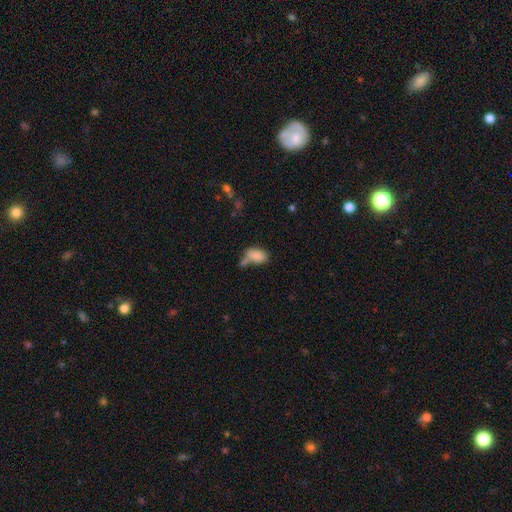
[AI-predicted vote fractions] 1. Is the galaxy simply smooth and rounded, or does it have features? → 82% smooth, 9% star or artifact, 8% featured or disk.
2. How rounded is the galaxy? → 91% in between, 7% round, 3% cigar-shaped.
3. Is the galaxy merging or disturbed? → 36% none, 31% merger, 20% minor disturbance, 12% major disturbance.